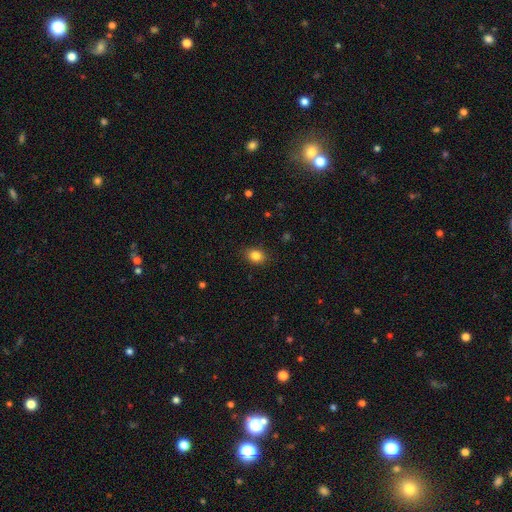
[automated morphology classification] Smooth or featured: smooth — 84% (star or artifact — 10%)
How rounded: in between — 61% (round — 38%)
Merging: none — 87% (minor disturbance — 10%)